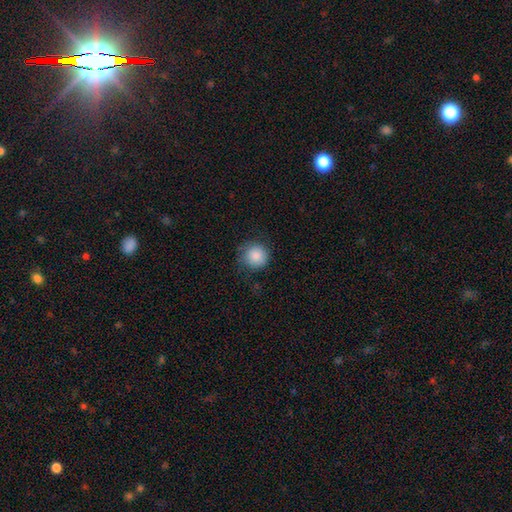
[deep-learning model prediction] smooth-or-featured: smooth: 87% | star or artifact: 8% | featured or disk: 5%
  how-rounded: round: 94% | in between: 5% | cigar-shaped: 1%
  merging: none: 77% | minor disturbance: 17% | major disturbance: 5% | merger: 1%